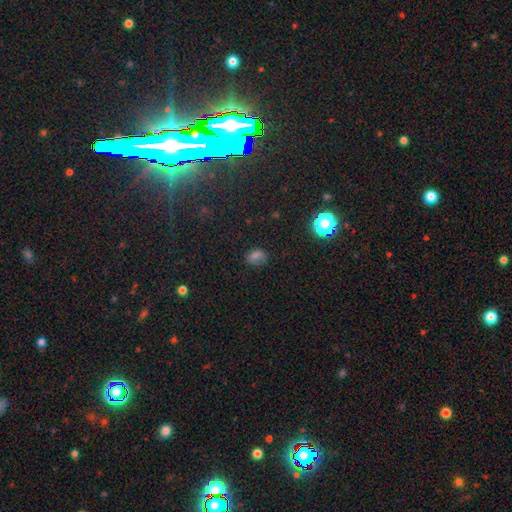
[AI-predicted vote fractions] smooth 63%, star or artifact 26%, featured or disk 10%. Down the decision tree: how rounded — in between (63%); merging — none (64%).